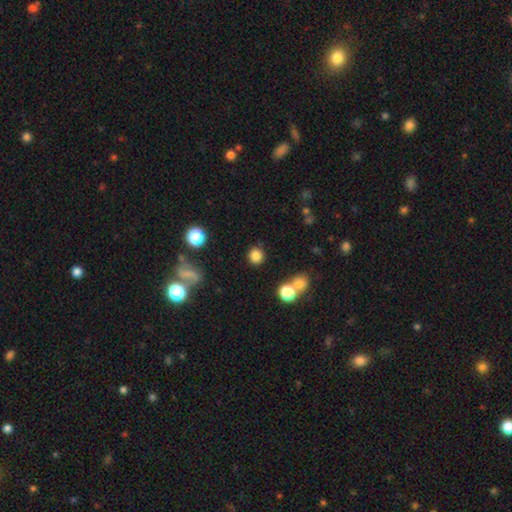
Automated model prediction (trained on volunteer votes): Smooth or featured?
  - smooth: 82% *
  - star or artifact: 13%
  - featured or disk: 5%
How rounded?
  - round: 85% *
  - in between: 13%
  - cigar-shaped: 1%
Merging?
  - none: 83% *
  - minor disturbance: 9%
  - merger: 5%
  - major disturbance: 3%